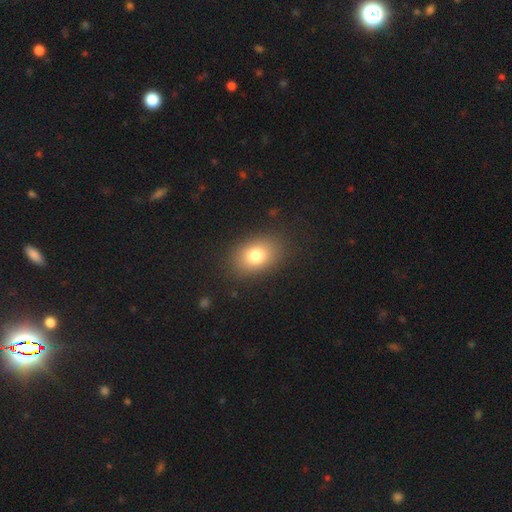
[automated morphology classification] smooth 78%, star or artifact 11%, featured or disk 10%. Down the decision tree: how rounded — in between (71%); merging — none (86%).